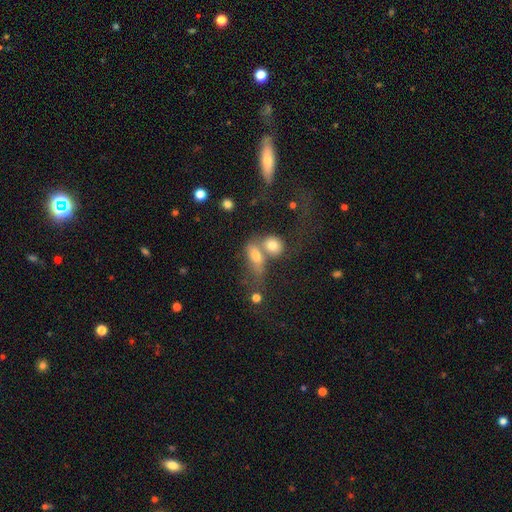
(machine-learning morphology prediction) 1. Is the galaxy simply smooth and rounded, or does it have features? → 69% smooth, 20% featured or disk, 11% star or artifact.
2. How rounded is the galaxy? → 71% in between, 19% round, 10% cigar-shaped.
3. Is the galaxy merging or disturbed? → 60% merger, 21% none, 10% major disturbance, 9% minor disturbance.